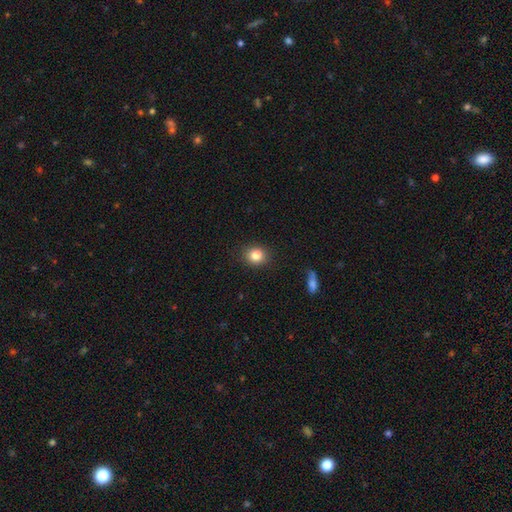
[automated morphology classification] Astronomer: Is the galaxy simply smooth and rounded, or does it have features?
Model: smooth — 83%.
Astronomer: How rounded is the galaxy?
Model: round — 76%.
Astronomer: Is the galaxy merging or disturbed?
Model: none — 89%.